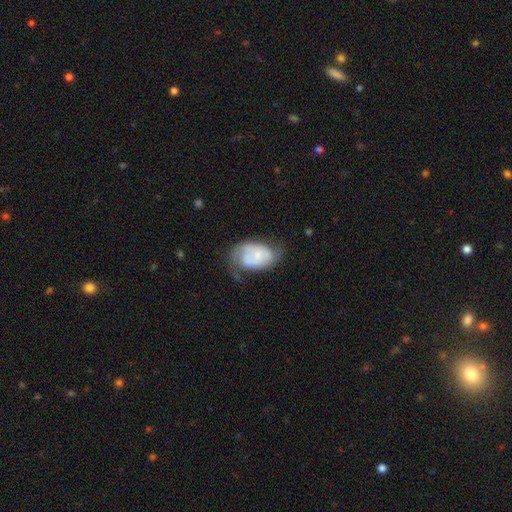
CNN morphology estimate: This is possibly a featured or disk galaxy (51%). It is clearly not viewed edge-on (97%). Merging: marginally none (35%).